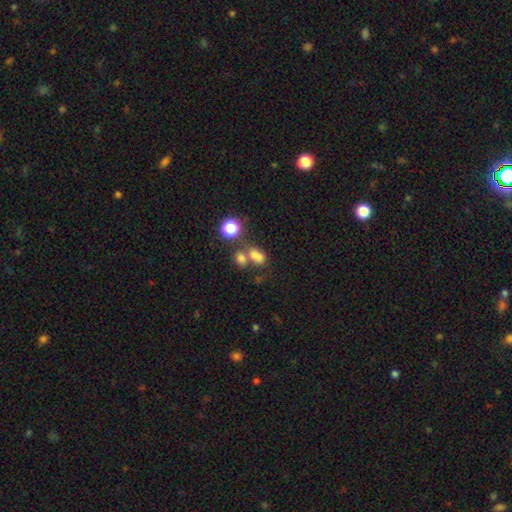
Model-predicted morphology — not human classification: This appears to be a smooth galaxy with no disk features (73%) that is in between round and cigar-shaped (73%). Merging: merger (45%).